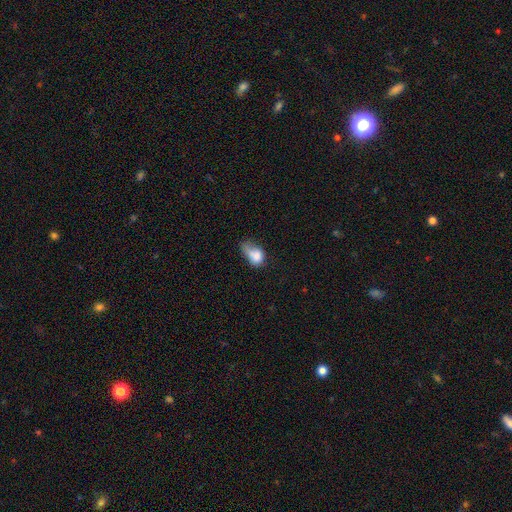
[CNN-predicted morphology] smooth-or-featured: smooth: 73% | featured or disk: 17% | star or artifact: 9%
  how-rounded: in between: 73% | round: 24% | cigar-shaped: 2%
  merging: major disturbance: 36% | minor disturbance: 27% | none: 19% | merger: 18%